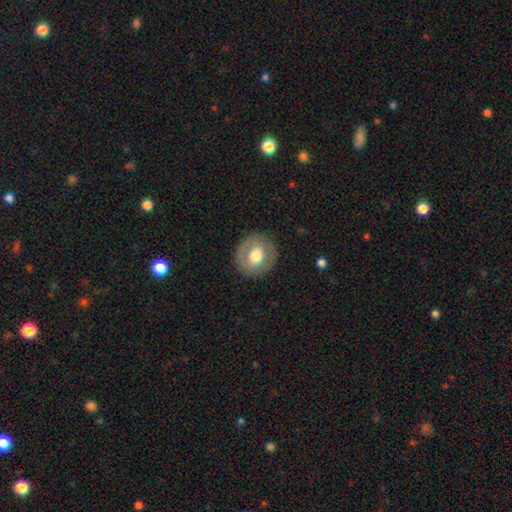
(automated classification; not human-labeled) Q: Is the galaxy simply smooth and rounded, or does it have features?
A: smooth — 56%.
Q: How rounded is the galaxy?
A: round — 83%.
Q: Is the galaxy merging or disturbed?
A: none — 85%.